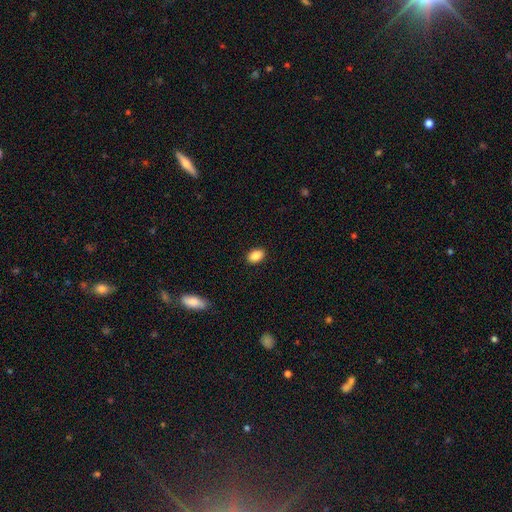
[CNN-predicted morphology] Smooth or featured?
  - smooth: 89% *
  - star or artifact: 8%
  - featured or disk: 3%
How rounded?
  - in between: 82% *
  - round: 17%
  - cigar-shaped: 1%
Merging?
  - none: 90% *
  - minor disturbance: 7%
  - major disturbance: 2%
  - merger: 1%